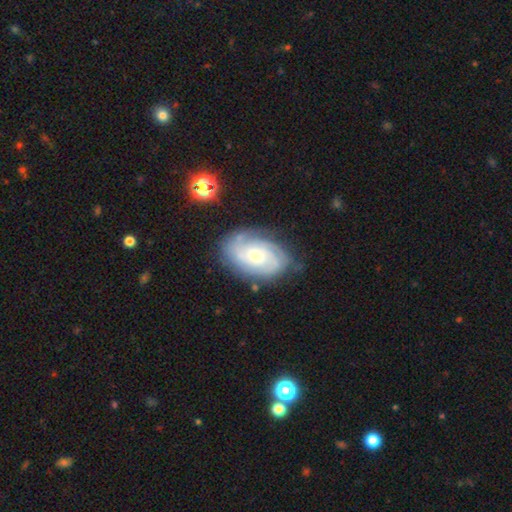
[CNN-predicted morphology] Q: Smooth or featured?
A: featured or disk (80%); runner-up: smooth (14%)
Q: Edge-on disk?
A: no (96%); runner-up: yes (4%)
Q: Bar?
A: no (69%); runner-up: weak (27%)
Q: Spiral arms?
A: yes (95%); runner-up: no (5%)
Q: Spiral winding?
A: tight (65%); runner-up: medium (28%)
Q: Spiral arm count?
A: can't tell (31%); runner-up: 2 (26%)
Q: Bulge size?
A: moderate (48%); runner-up: small (47%)
Q: Merging?
A: none (74%); runner-up: minor disturbance (18%)